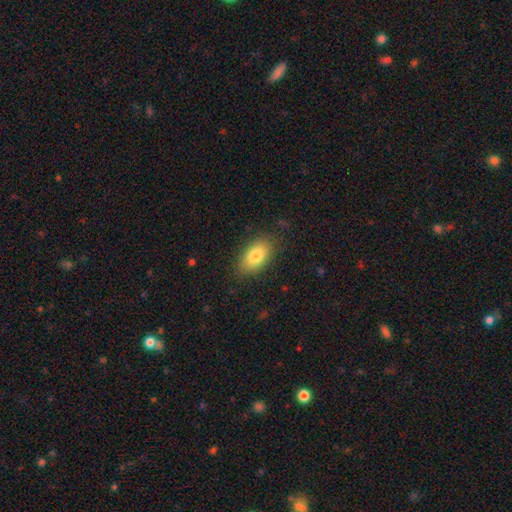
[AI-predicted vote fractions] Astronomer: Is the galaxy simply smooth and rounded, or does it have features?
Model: smooth — 82%.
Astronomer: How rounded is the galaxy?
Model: in between — 91%.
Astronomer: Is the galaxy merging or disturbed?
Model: none — 84%.